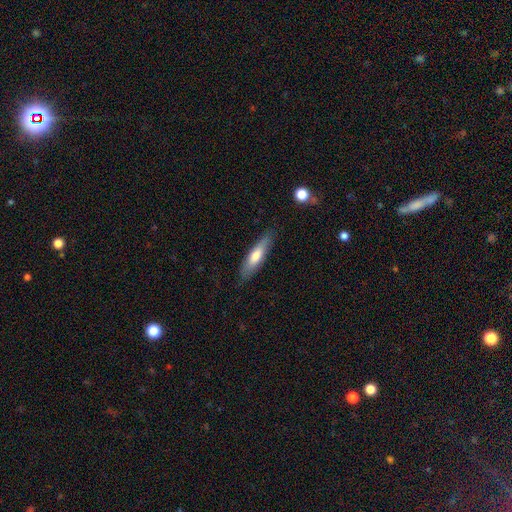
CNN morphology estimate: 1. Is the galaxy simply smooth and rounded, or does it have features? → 66% smooth, 29% featured or disk, 6% star or artifact.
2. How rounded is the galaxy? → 66% cigar-shaped, 32% in between, 2% round.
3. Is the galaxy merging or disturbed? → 82% none, 14% minor disturbance, 3% major disturbance, 1% merger.